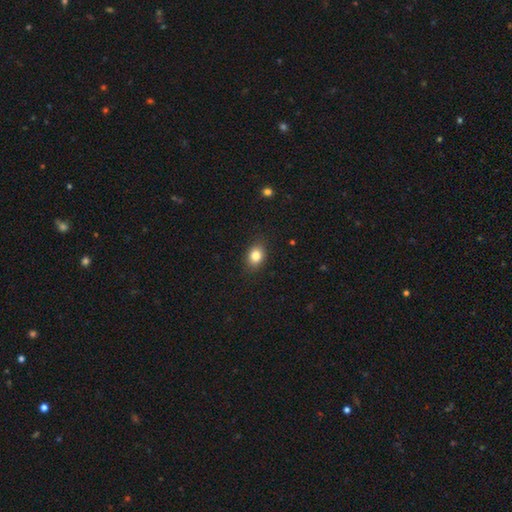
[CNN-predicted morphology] Q: Smooth or featured?
A: smooth (83%); runner-up: star or artifact (10%)
Q: How rounded?
A: in between (64%); runner-up: round (35%)
Q: Merging?
A: none (87%); runner-up: minor disturbance (10%)